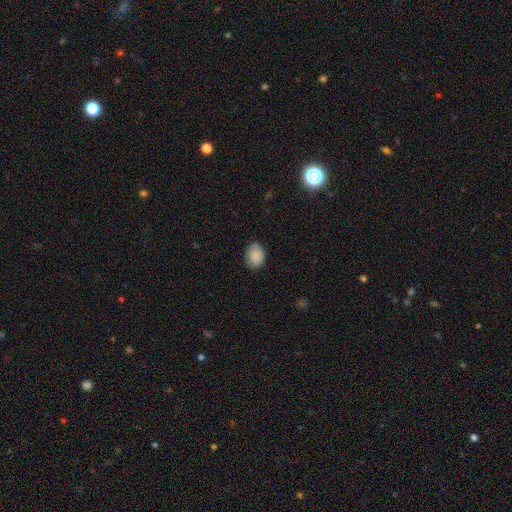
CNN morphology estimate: The model was most divided on "how rounded": in between: 72%, round: 27%, cigar-shaped: 1%. More confident: smooth or featured — smooth (88%); merging — none (82%).